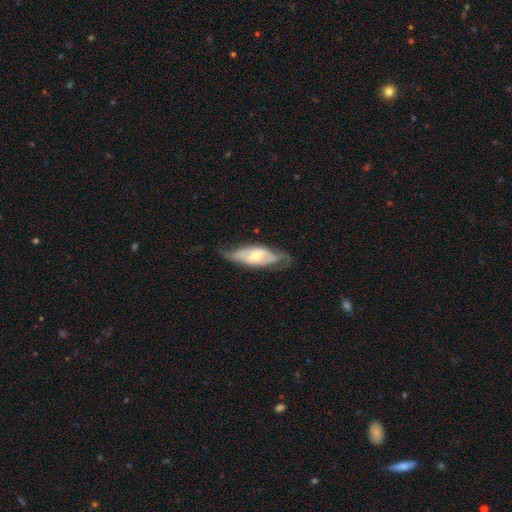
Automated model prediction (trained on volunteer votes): Q: Smooth or featured?
A: featured or disk (60%); runner-up: smooth (35%)
Q: Edge-on disk?
A: no (74%); runner-up: yes (26%)
Q: Merging?
A: none (55%); runner-up: minor disturbance (31%)